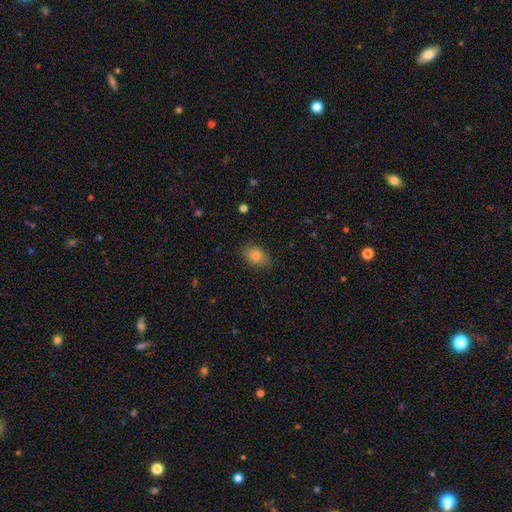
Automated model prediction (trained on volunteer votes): smooth_or_featured: smooth (p=0.84) [alt: star or artifact p=0.09]
how_rounded: in between (p=0.86) [alt: round p=0.12]
merging: none (p=0.79) [alt: minor disturbance p=0.15]